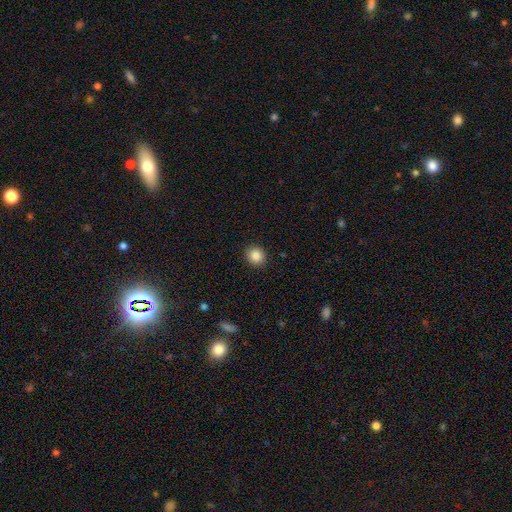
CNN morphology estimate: Smooth or featured? smooth (86%)
How rounded? round (84%)
Merging? none (91%)